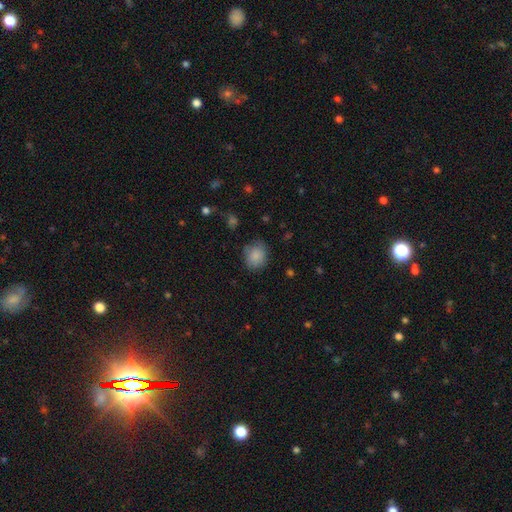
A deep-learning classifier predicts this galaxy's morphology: Smooth or featured? Predicted: smooth (p=0.86). How rounded? Predicted: round (p=0.66). Merging? Predicted: none (p=0.74).